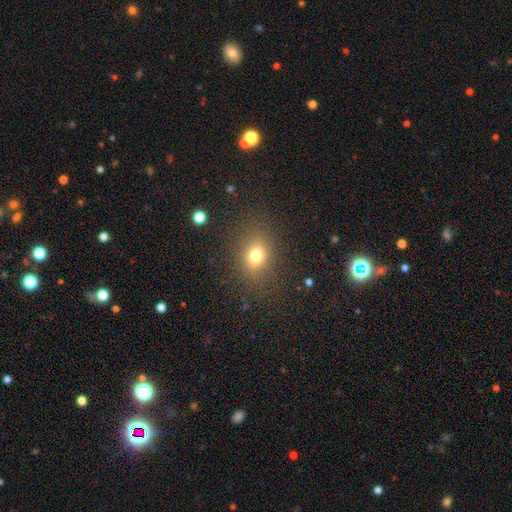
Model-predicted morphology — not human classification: Smooth or featured? smooth (74%)
How rounded? in between (52%)
Merging? none (83%)